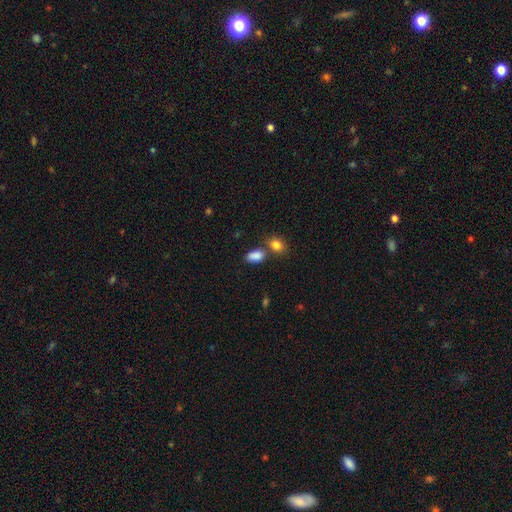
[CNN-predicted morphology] type=smooth (86%); roundness=in between (89%); merging=none (57%).